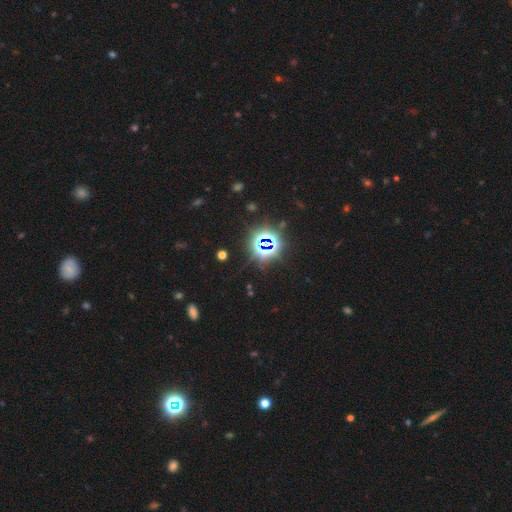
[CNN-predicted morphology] star or artifact 78%, smooth 14%, featured or disk 8%.